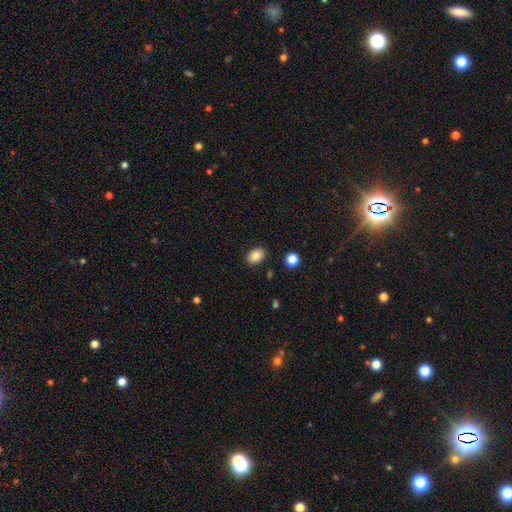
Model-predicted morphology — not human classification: Smooth or featured: smooth — 83% (featured or disk — 9%)
How rounded: in between — 81% (round — 18%)
Merging: none — 87% (minor disturbance — 9%)